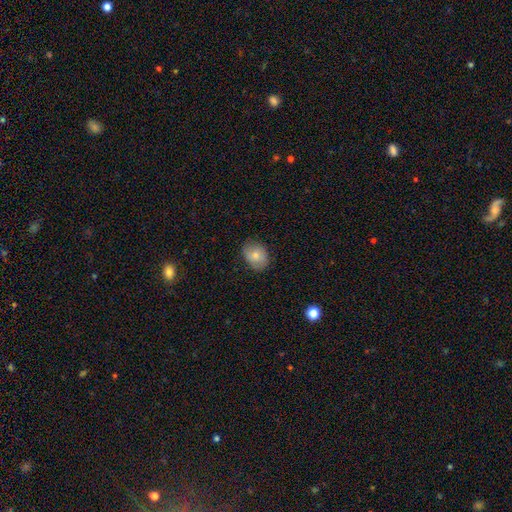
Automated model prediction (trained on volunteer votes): smooth-or-featured: smooth: 76% | featured or disk: 16% | star or artifact: 8%
  how-rounded: in between: 60% | round: 39% | cigar-shaped: 1%
  merging: none: 80% | minor disturbance: 15% | major disturbance: 3% | merger: 1%